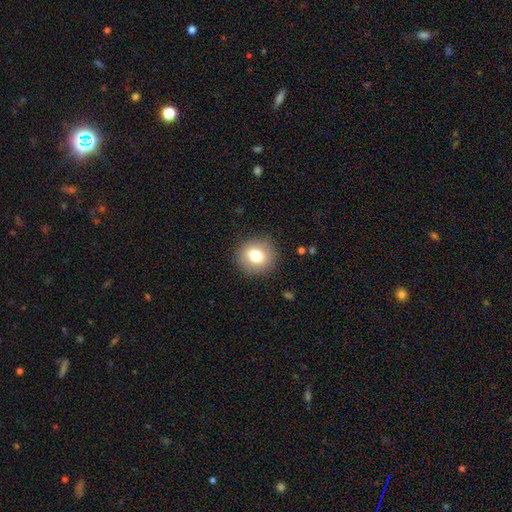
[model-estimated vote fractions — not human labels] A smooth galaxy with no disk features (77%) that is round (87%). Merging: none (87%).